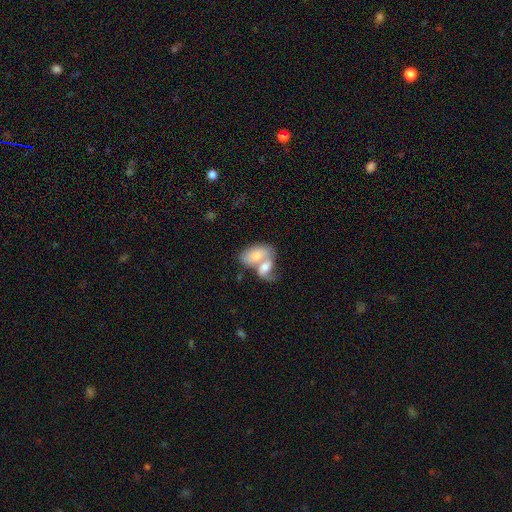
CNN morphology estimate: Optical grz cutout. It shows a smooth galaxy with no disk features (63%) that is in between round and cigar-shaped (90%). Merging: merger (77%).